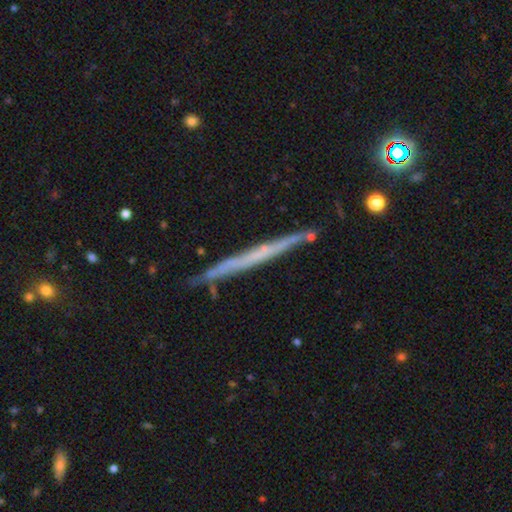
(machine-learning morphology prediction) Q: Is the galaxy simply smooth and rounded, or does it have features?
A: featured or disk — 62%.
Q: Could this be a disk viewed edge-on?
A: yes — 96%.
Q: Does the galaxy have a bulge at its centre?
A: none — 85%.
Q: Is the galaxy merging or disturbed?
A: none — 86%.